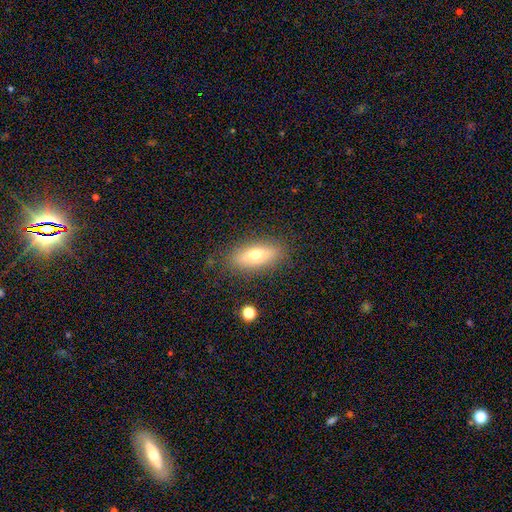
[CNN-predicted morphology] Smooth or featured?
  - smooth: 65% *
  - featured or disk: 27%
  - star or artifact: 8%
How rounded?
  - in between: 71% *
  - cigar-shaped: 25%
  - round: 4%
Merging?
  - none: 85% *
  - minor disturbance: 10%
  - major disturbance: 3%
  - merger: 1%